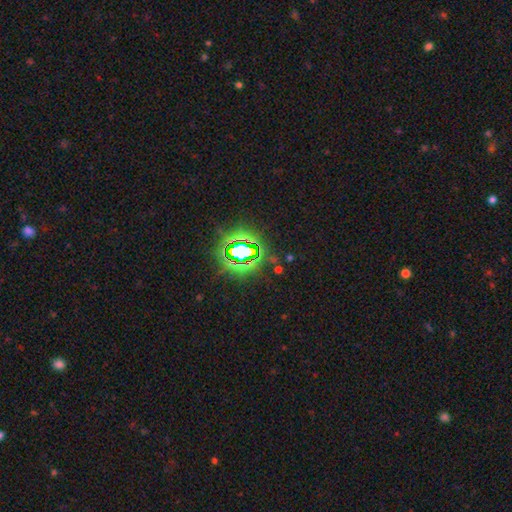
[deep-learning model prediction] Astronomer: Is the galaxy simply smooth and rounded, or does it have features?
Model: star or artifact — 80%.